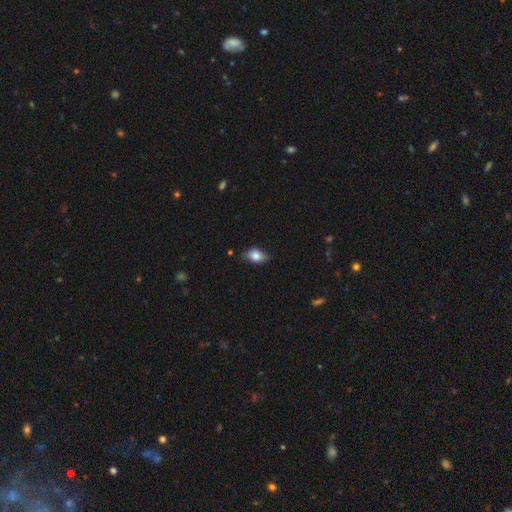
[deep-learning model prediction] Smooth or featured?
  - smooth: 79% *
  - featured or disk: 13%
  - star or artifact: 8%
How rounded?
  - in between: 81% *
  - round: 16%
  - cigar-shaped: 3%
Merging?
  - none: 69% *
  - minor disturbance: 25%
  - major disturbance: 4%
  - merger: 2%